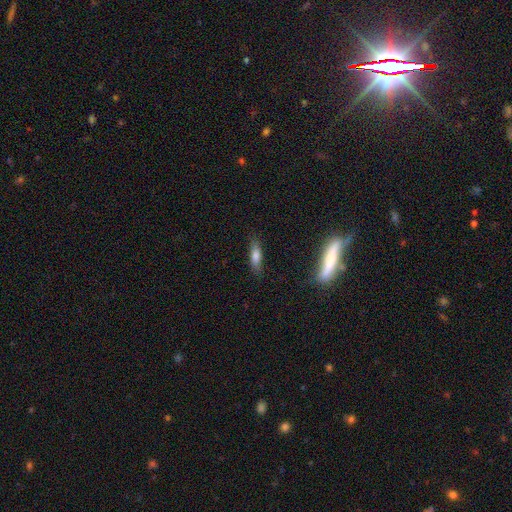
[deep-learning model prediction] This appears to be a smooth galaxy with no disk features (73%) that is cigar-shaped (55%). Merging: none (81%).